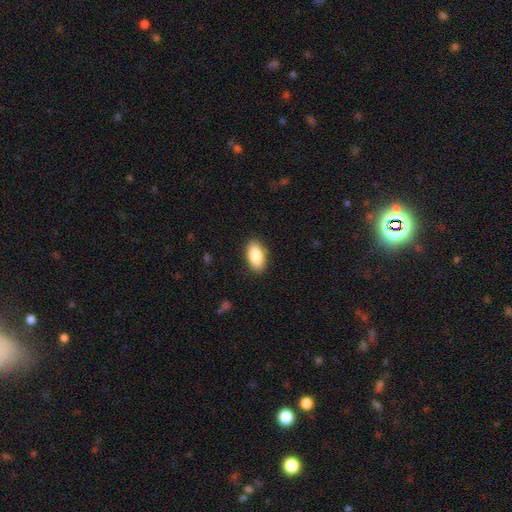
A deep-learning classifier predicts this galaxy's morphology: Smooth or featured? smooth (85%)
How rounded? in between (93%)
Merging? none (87%)